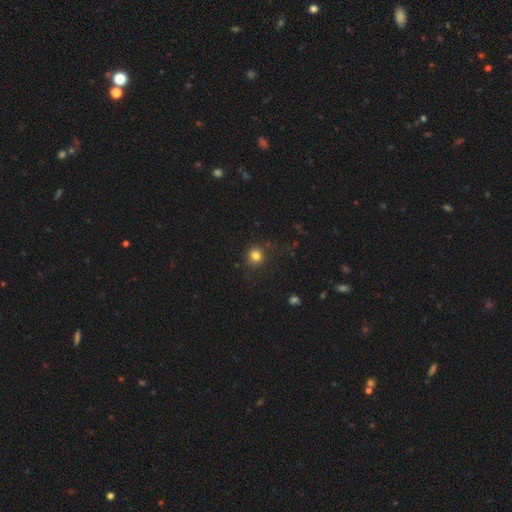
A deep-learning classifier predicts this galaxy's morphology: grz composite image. It shows a smooth galaxy with no disk features (81%) that is round (90%). Merging: none (81%).